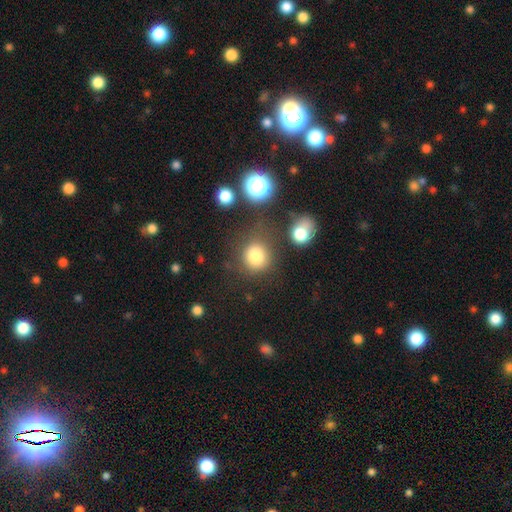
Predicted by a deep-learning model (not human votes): Smooth or featured?
  - smooth: 79% *
  - star or artifact: 14%
  - featured or disk: 7%
How rounded?
  - round: 86% *
  - in between: 13%
  - cigar-shaped: 1%
Merging?
  - none: 72% *
  - minor disturbance: 12%
  - merger: 9%
  - major disturbance: 6%